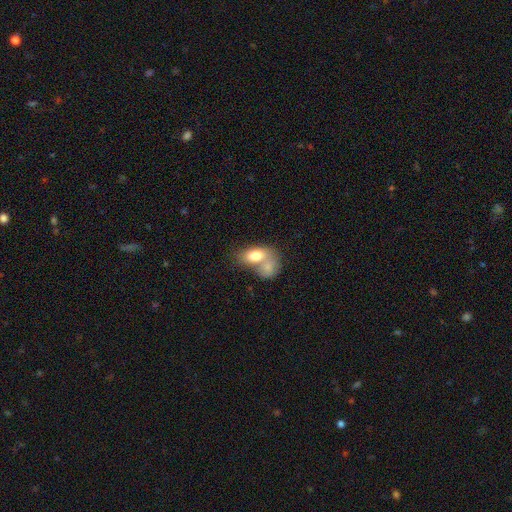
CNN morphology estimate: This is likely a smooth galaxy (76%). How rounded: clearly in between (85%). Merging: likely merger (62%).